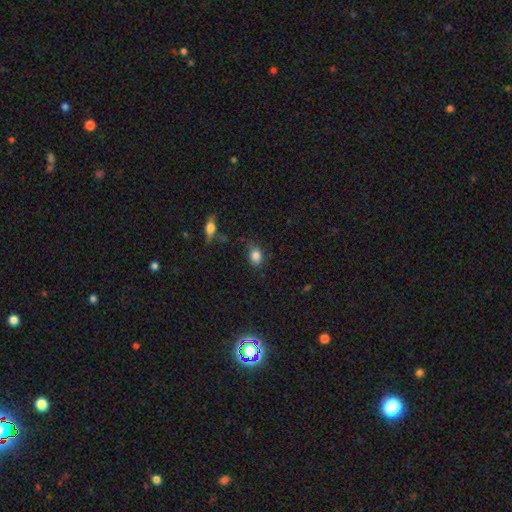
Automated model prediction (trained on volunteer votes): Smooth or featured?
  - smooth: 84% *
  - star or artifact: 10%
  - featured or disk: 6%
How rounded?
  - in between: 63% *
  - round: 35%
  - cigar-shaped: 2%
Merging?
  - none: 72% *
  - minor disturbance: 20%
  - major disturbance: 5%
  - merger: 3%